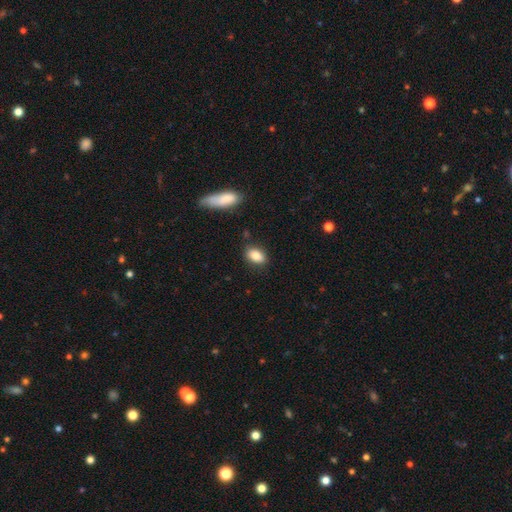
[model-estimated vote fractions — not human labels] A smooth galaxy with no disk features (86%) that is in between round and cigar-shaped (87%). Merging: none (84%).